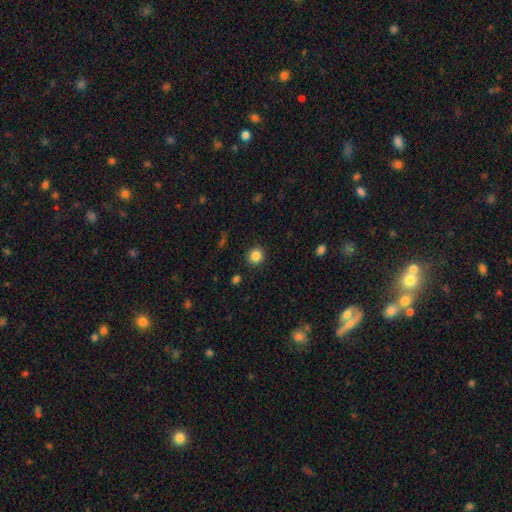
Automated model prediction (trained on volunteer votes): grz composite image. It shows a smooth galaxy with no disk features (85%) that is round (89%). Merging: none (90%).